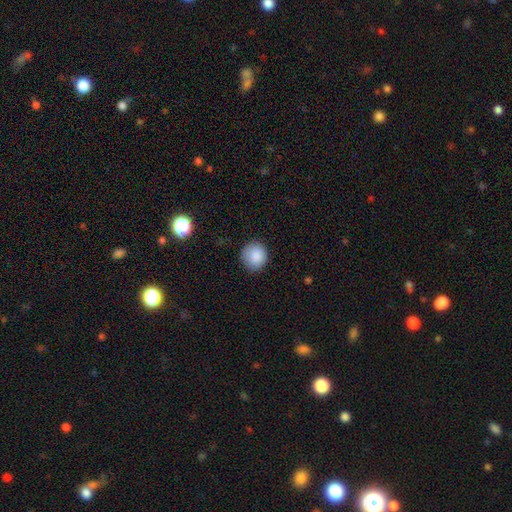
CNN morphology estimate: Smooth or featured: smooth — 87% (star or artifact — 9%)
How rounded: round — 87% (in between — 12%)
Merging: none — 85% (minor disturbance — 11%)